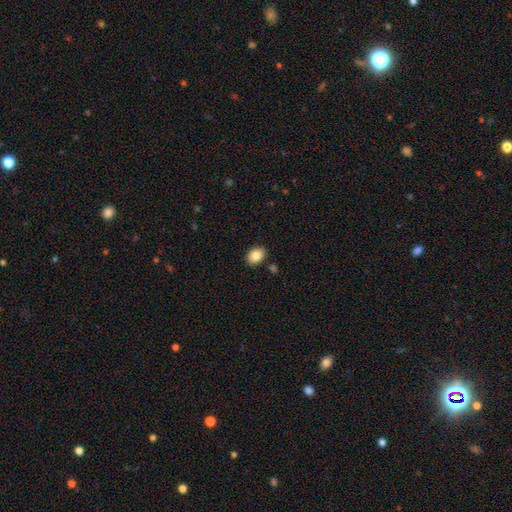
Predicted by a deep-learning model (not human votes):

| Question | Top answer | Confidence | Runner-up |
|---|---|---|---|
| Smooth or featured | smooth | 86% | star or artifact (8%) |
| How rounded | in between | 72% | round (27%) |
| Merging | none | 87% | minor disturbance (8%) |